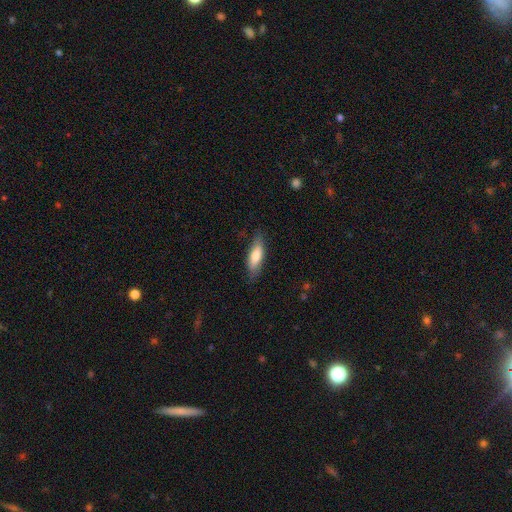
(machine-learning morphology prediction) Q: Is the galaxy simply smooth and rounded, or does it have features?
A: smooth — 74%.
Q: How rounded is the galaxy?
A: in between — 54%.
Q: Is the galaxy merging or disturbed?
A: none — 80%.